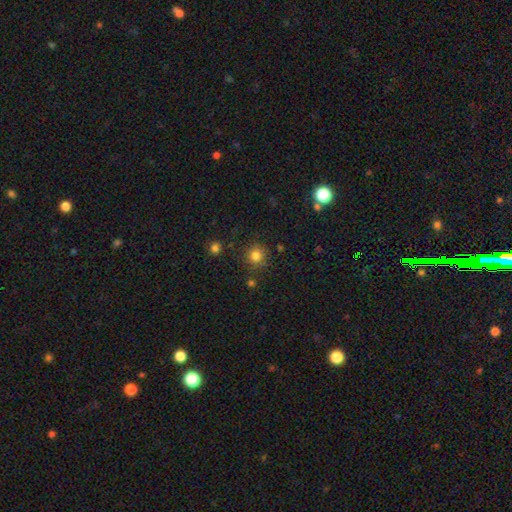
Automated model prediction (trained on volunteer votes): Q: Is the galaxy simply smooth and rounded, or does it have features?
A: smooth — 81%.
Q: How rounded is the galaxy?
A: round — 91%.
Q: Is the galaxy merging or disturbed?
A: none — 84%.